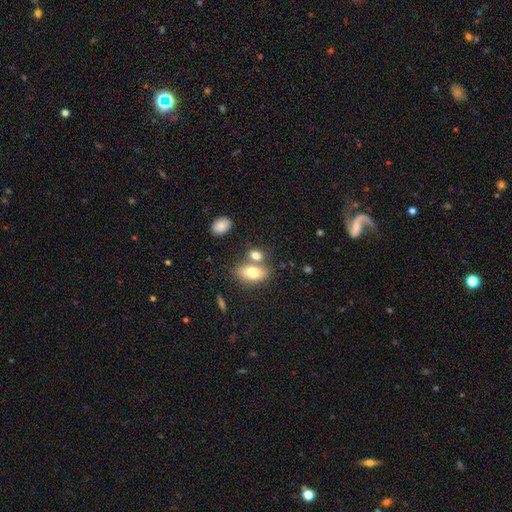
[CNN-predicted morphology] Overall: smooth (76%). How rounded: in between (80%). Merging: none (49%; merger 37%).